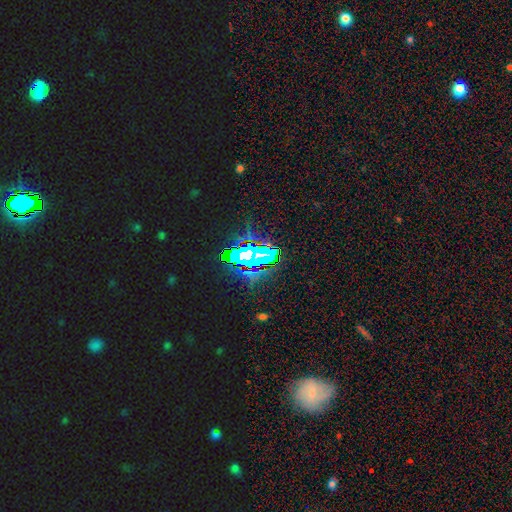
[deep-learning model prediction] smooth_or_featured: star or artifact (p=0.71) [alt: smooth p=0.15]